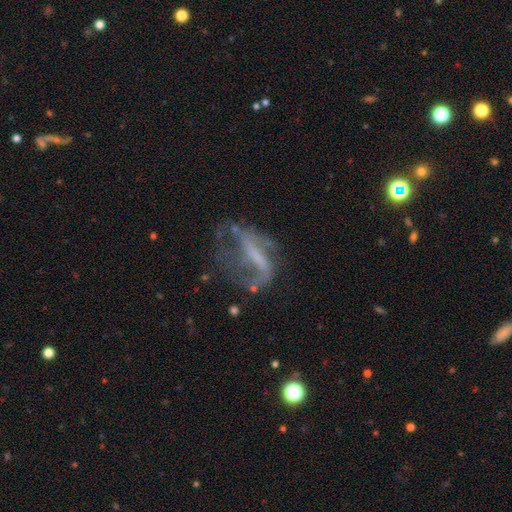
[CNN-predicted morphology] Smooth or featured: featured or disk — 67% (smooth — 19%)
Edge-on disk: no — 90% (yes — 10%)
Bar: strong — 35% (tied with no — 35%)
Spiral arms: yes — 56% (no — 44%)
Bulge size: none — 58% (small — 23%)
Merging: major disturbance — 39% (none — 35%)